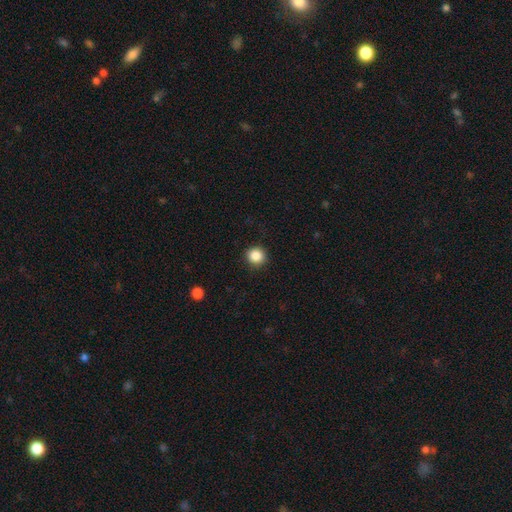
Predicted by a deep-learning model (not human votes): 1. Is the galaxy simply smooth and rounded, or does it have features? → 86% smooth, 10% star or artifact, 4% featured or disk.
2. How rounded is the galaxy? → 92% round, 7% in between, 1% cigar-shaped.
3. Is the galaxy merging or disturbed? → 91% none, 6% minor disturbance, 2% major disturbance, 1% merger.